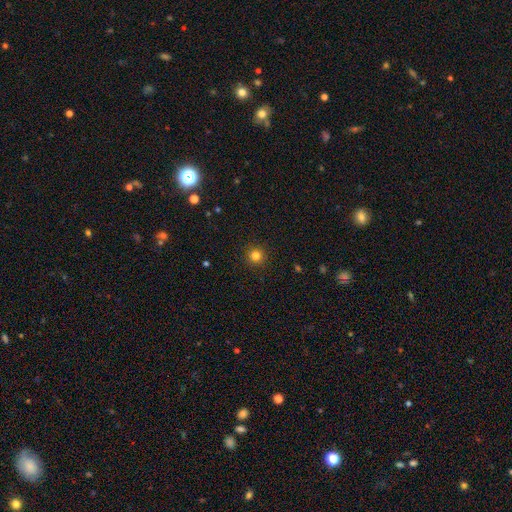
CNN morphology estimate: This is clearly a smooth galaxy (82%). How rounded: clearly round (95%). Merging: clearly none (92%).